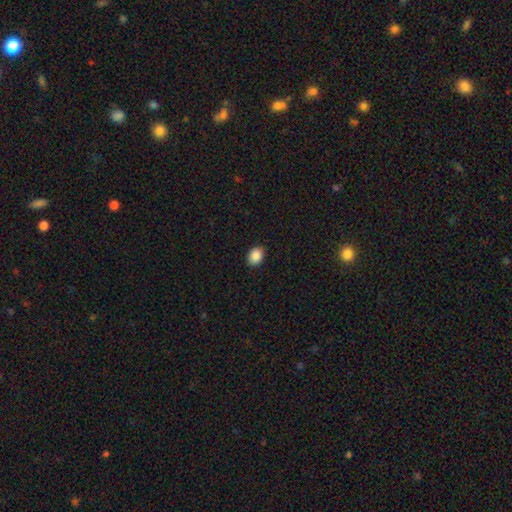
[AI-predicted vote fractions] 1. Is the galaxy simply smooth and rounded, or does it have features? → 88% smooth, 8% star or artifact, 3% featured or disk.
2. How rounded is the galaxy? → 65% in between, 34% round, 1% cigar-shaped.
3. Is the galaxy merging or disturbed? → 88% none, 9% minor disturbance, 2% major disturbance, 1% merger.